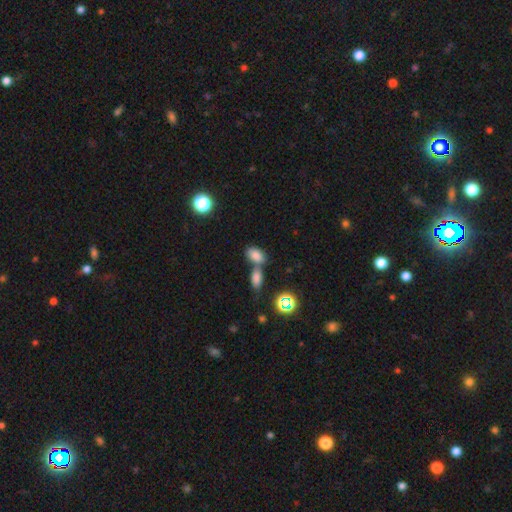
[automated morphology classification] Q: Smooth or featured?
A: smooth (78%); runner-up: star or artifact (14%)
Q: How rounded?
A: in between (90%); runner-up: round (7%)
Q: Merging?
A: merger (46%); runner-up: none (40%)